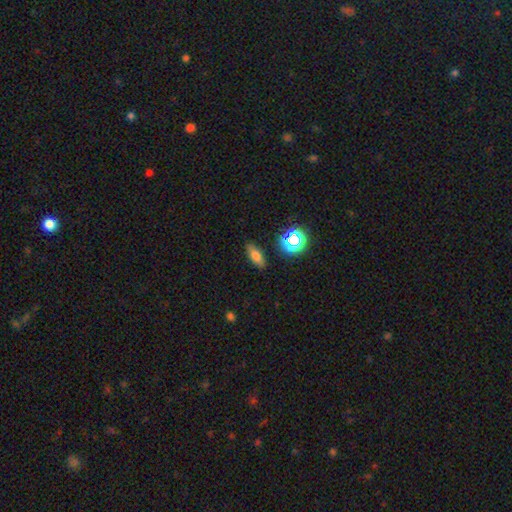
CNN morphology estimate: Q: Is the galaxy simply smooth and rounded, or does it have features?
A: smooth — 71%.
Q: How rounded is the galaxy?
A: in between — 70%.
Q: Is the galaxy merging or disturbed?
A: none — 86%.